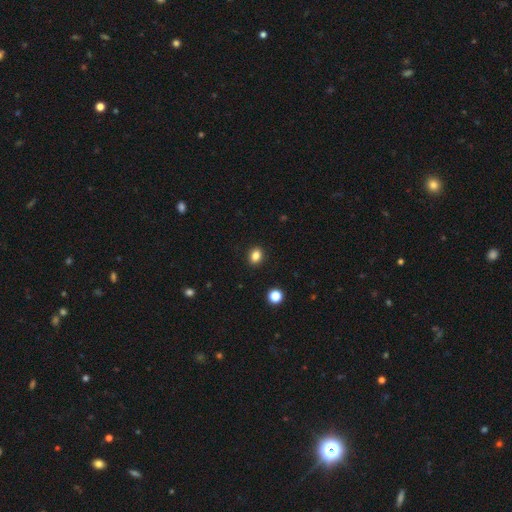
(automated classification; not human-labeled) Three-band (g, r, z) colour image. It shows a smooth galaxy with no disk features (84%) that is in between round and cigar-shaped (59%). Merging: none (90%).